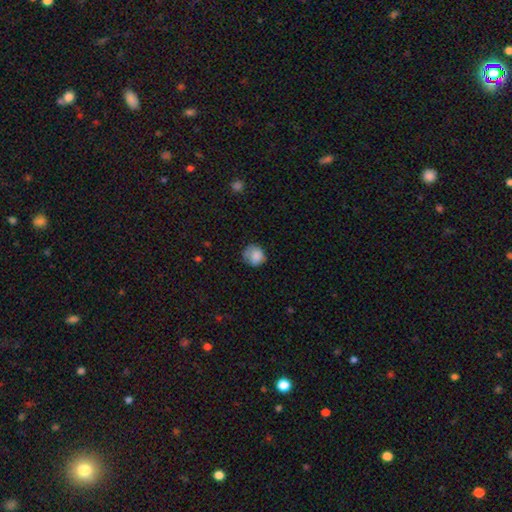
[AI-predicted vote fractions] smooth-or-featured: smooth: 81% | featured or disk: 11% | star or artifact: 9%
  how-rounded: round: 83% | in between: 17% | cigar-shaped: 1%
  merging: none: 63% | minor disturbance: 27% | major disturbance: 8% | merger: 2%